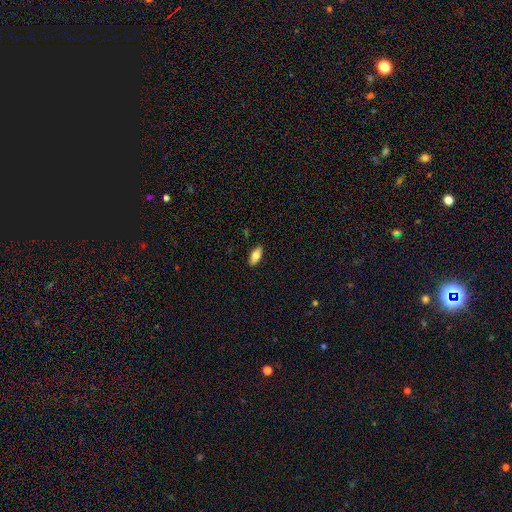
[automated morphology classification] A smooth galaxy with no disk features (78%) that is in between round and cigar-shaped (82%).

Vote fractions:
- Smooth or featured? smooth: 78% / featured or disk: 16% / star or artifact: 7%
- How rounded? in between: 82% / cigar-shaped: 15% / round: 2%
- Merging? none: 89% / minor disturbance: 8% / major disturbance: 2% / merger: 1%